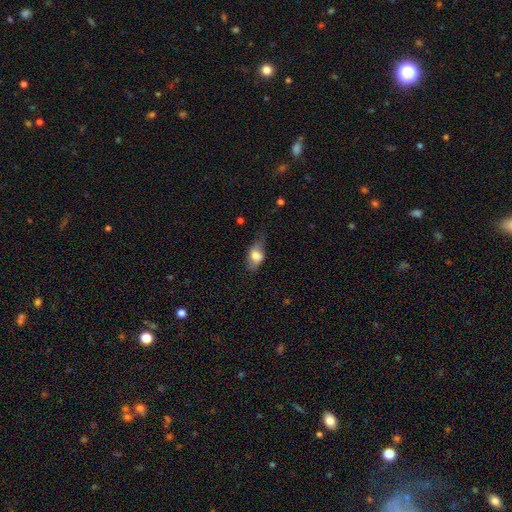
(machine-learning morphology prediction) Q: Smooth or featured?
A: smooth (68%); runner-up: featured or disk (24%)
Q: How rounded?
A: in between (85%); runner-up: round (8%)
Q: Merging?
A: none (50%); runner-up: minor disturbance (33%)